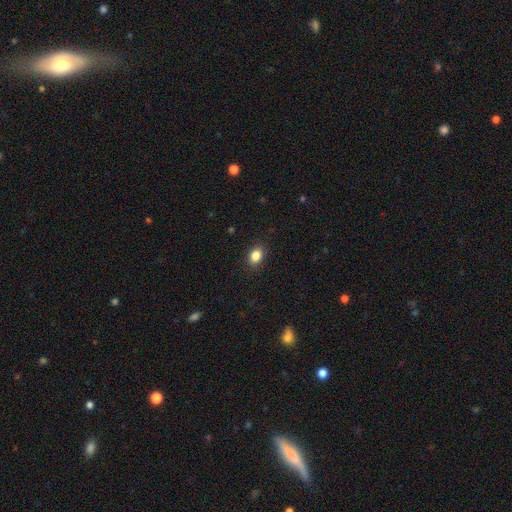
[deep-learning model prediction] Smooth or featured?
  - smooth: 86% *
  - star or artifact: 9%
  - featured or disk: 5%
How rounded?
  - in between: 73% *
  - round: 26%
  - cigar-shaped: 1%
Merging?
  - none: 88% *
  - minor disturbance: 9%
  - major disturbance: 2%
  - merger: 1%